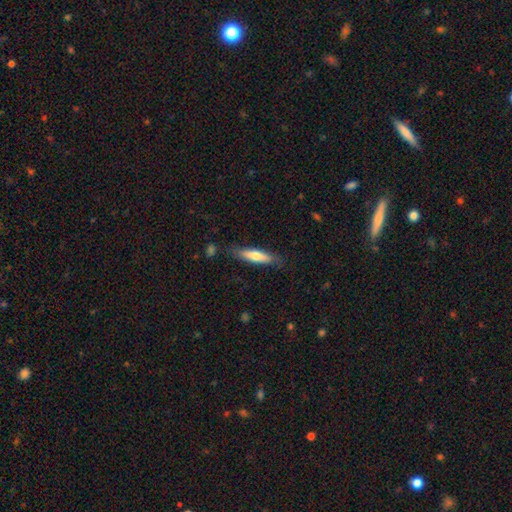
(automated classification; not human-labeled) Morphology: type=smooth (64%); roundness=cigar-shaped (74%); merging=none (81%).